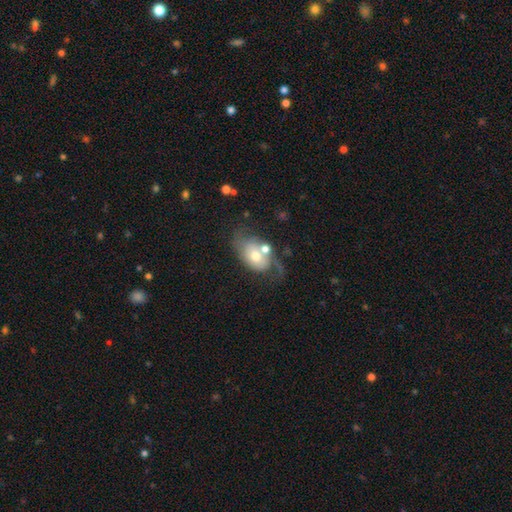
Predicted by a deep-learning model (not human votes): Smooth or featured: featured or disk — 52% (smooth — 40%)
Edge-on disk: no — 95% (yes — 5%)
Merging: none — 35% (merger — 23%)